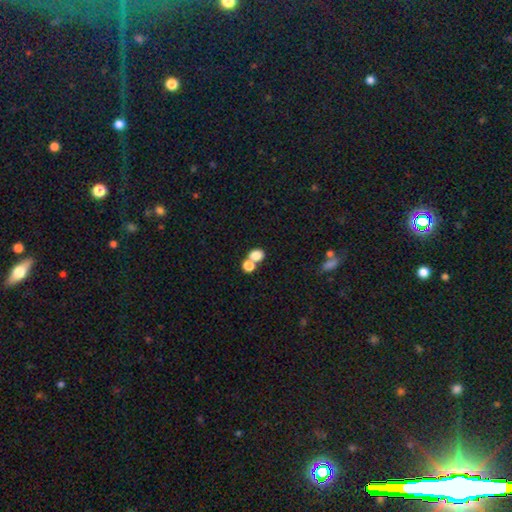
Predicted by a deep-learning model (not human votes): The model was most divided on "merging": merger: 49%, none: 41%, minor disturbance: 7%, major disturbance: 4%. More confident: smooth or featured — smooth (81%); how rounded — round (55%).